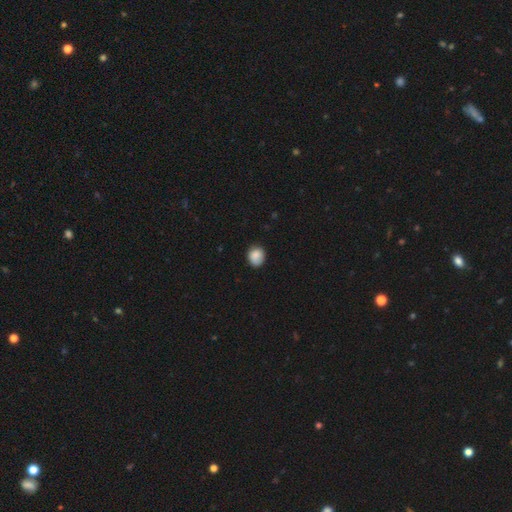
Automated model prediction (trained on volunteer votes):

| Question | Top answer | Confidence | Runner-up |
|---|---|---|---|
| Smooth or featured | smooth | 87% | star or artifact (8%) |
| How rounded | round | 67% | in between (32%) |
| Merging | none | 78% | minor disturbance (18%) |